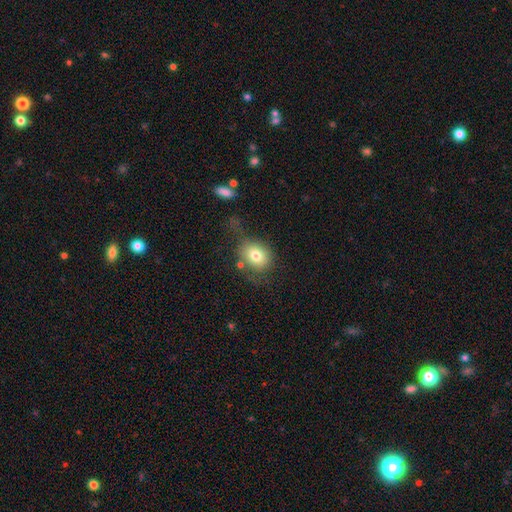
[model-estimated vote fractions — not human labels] The model was most divided on "how rounded": round: 56%, in between: 42%, cigar-shaped: 1%. More confident: smooth or featured — smooth (75%); merging — none (53%).